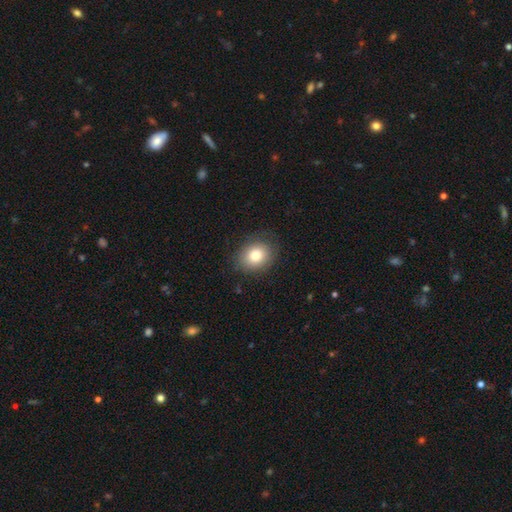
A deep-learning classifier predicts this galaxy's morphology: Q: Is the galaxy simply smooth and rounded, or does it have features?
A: smooth — 80%.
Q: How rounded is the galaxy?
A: round — 54%.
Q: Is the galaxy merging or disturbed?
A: none — 85%.